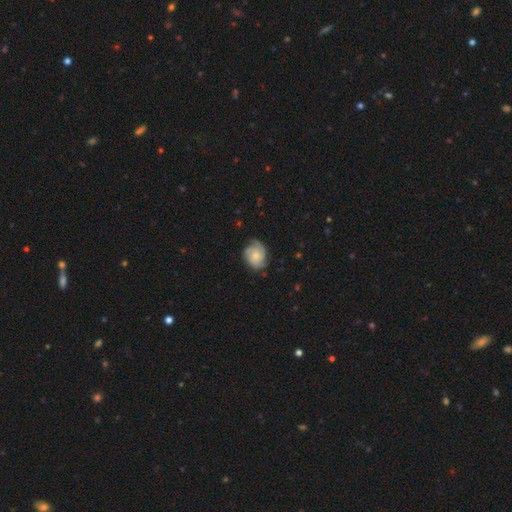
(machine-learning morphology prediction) A featured or disk galaxy (61%) with no bar (79%), 3 (42%) tight (53%) spiral arms (92%) and a small central bulge (50%). Merging: none (70%).